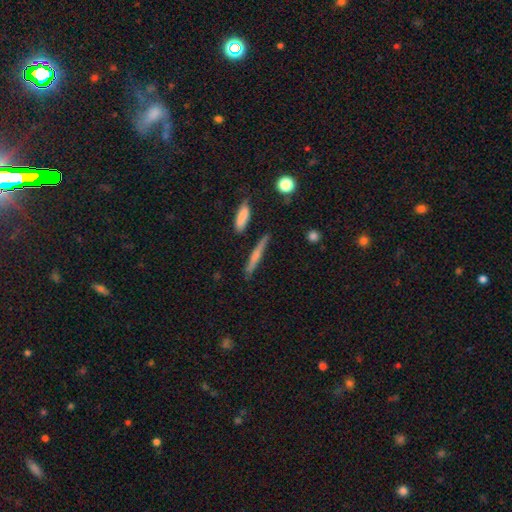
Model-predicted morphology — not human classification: The model was most divided on "smooth or featured": smooth: 54%, featured or disk: 39%, star or artifact: 7%. More confident: how rounded — cigar-shaped (91%); merging — none (84%).